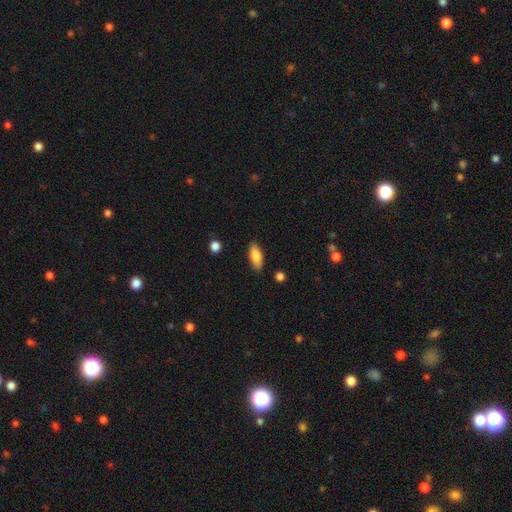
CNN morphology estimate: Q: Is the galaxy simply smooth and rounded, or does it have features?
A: smooth — 82%.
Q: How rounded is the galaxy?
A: in between — 77%.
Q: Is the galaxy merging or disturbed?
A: none — 86%.